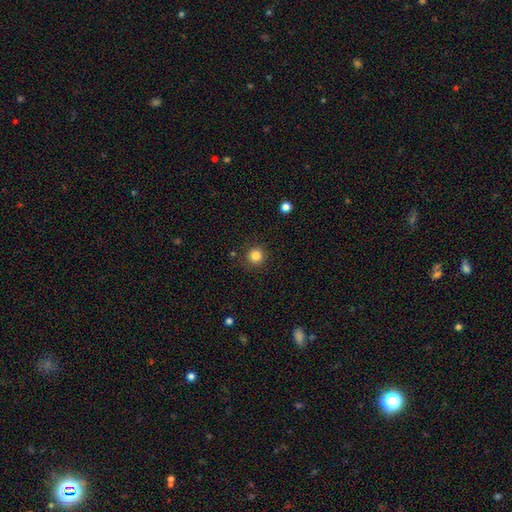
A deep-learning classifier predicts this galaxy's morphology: This is clearly a smooth galaxy (84%). How rounded: clearly round (95%). Merging: clearly none (89%).